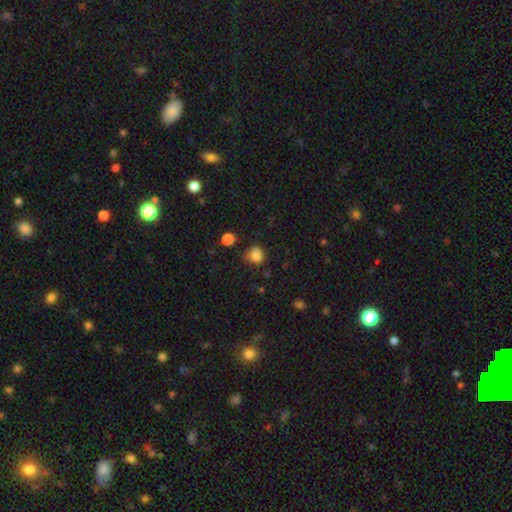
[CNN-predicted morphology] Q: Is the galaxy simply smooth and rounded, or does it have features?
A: smooth — 84%.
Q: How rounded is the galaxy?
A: round — 81%.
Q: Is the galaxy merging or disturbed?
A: none — 69%.